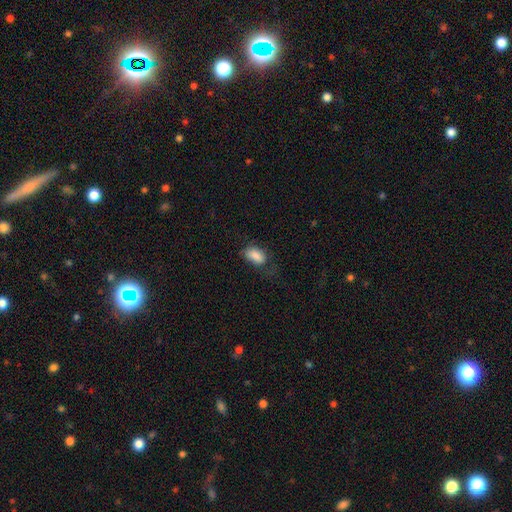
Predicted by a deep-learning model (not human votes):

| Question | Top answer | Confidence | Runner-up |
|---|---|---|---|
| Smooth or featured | smooth | 86% | star or artifact (8%) |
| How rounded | in between | 91% | round (6%) |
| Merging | none | 54% | minor disturbance (28%) |